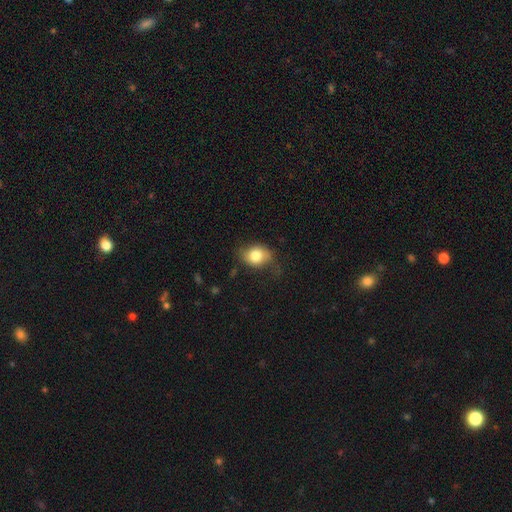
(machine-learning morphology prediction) type=smooth (77%); roundness=in between (57%); merging=none (54%).